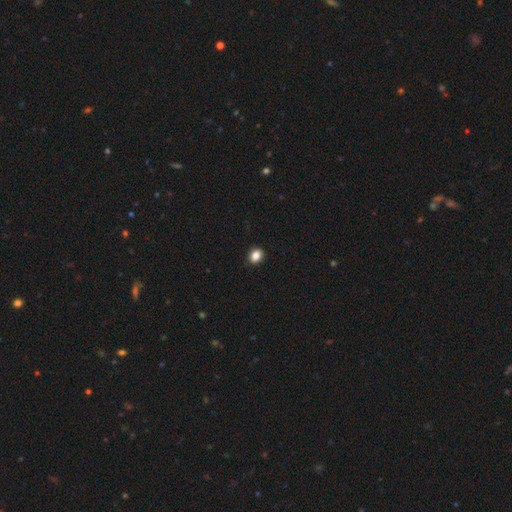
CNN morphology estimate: Smooth or featured? Predicted: smooth (p=0.85). How rounded? Predicted: round (p=0.60). Merging? Predicted: none (p=0.91).